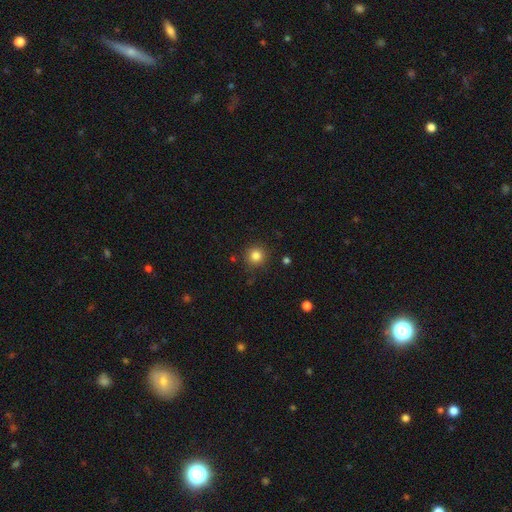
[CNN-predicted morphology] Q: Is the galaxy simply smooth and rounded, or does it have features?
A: smooth — 84%.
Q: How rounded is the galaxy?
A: round — 94%.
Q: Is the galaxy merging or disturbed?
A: none — 88%.